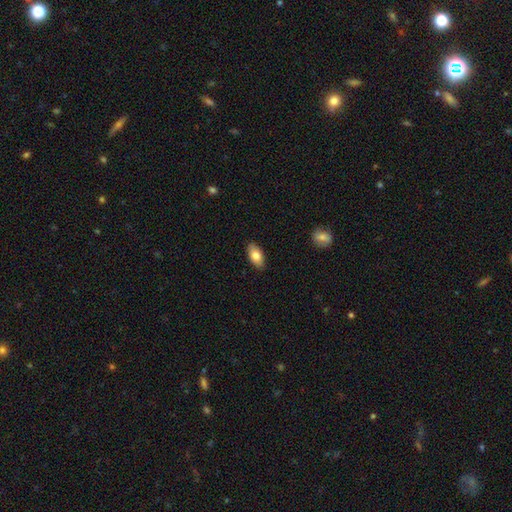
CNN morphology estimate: Q: Smooth or featured?
A: smooth (81%); runner-up: featured or disk (13%)
Q: How rounded?
A: in between (92%); runner-up: cigar-shaped (5%)
Q: Merging?
A: none (88%); runner-up: minor disturbance (9%)